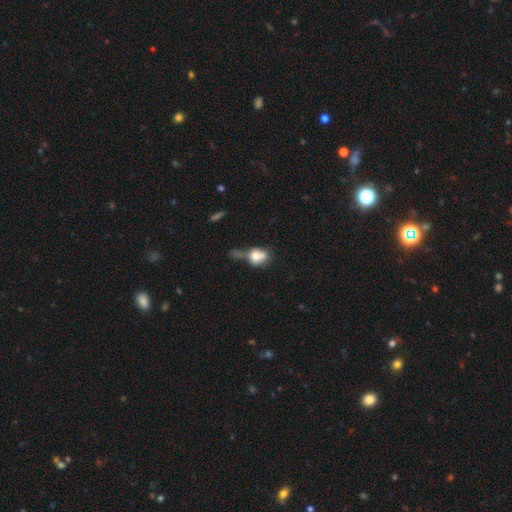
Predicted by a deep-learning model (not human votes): Smooth or featured? smooth (65%)
How rounded? round (50%)
Merging? merger (40%)